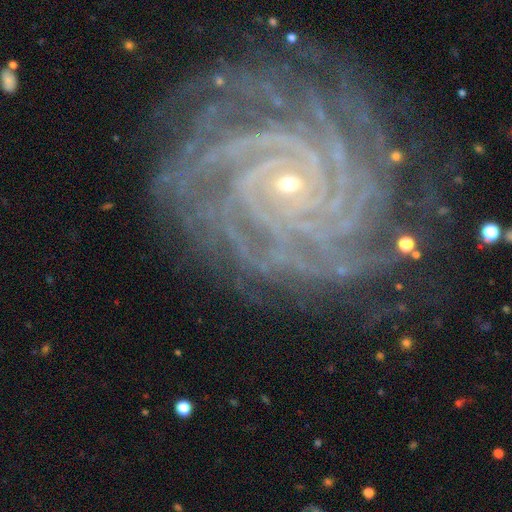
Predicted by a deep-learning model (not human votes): Morphology: type=featured or disk (90%); edge-on=no (98%); bar=no (59%); spiral arms=yes (98%); winding=tight (84%); arm count=more than 4 (32%); bulge=small (79%); merging=none (76%).